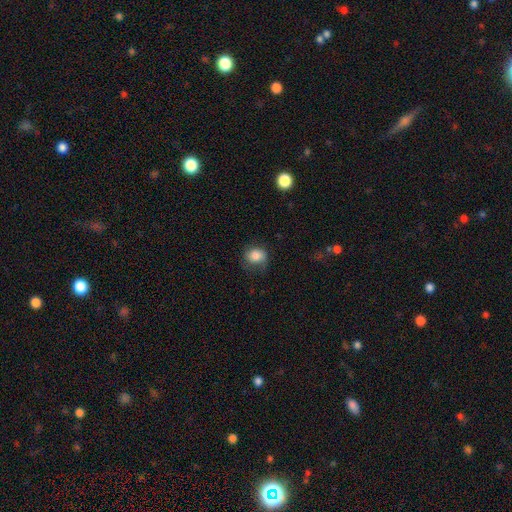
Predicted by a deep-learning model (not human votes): Q: Smooth or featured?
A: smooth (81%); runner-up: featured or disk (10%)
Q: How rounded?
A: round (67%); runner-up: in between (32%)
Q: Merging?
A: none (65%); runner-up: minor disturbance (24%)